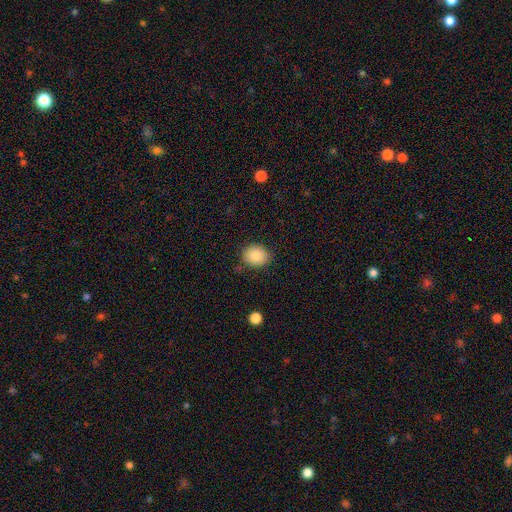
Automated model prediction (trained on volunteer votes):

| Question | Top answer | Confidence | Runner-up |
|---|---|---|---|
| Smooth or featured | smooth | 86% | star or artifact (8%) |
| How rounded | round | 65% | in between (34%) |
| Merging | none | 83% | minor disturbance (13%) |